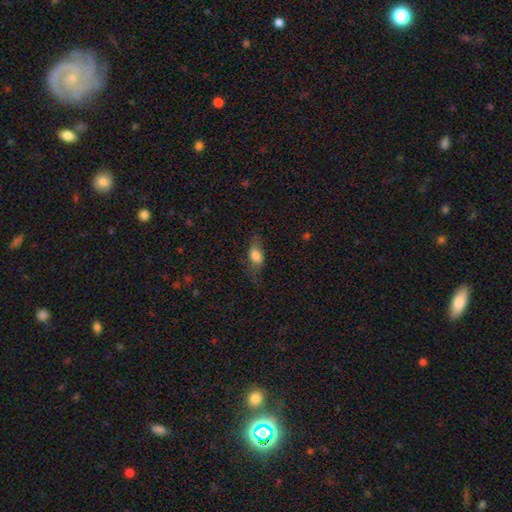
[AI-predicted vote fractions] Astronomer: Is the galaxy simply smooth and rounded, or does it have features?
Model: smooth — 68%.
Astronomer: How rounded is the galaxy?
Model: in between — 79%.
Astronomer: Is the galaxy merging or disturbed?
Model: none — 56%.